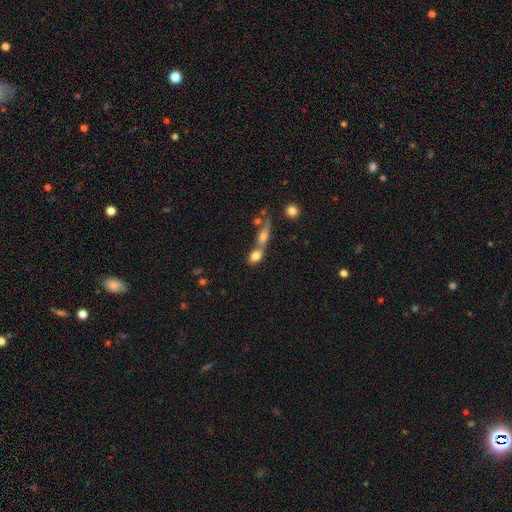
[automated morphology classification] Smooth or featured? smooth (74%)
How rounded? in between (71%)
Merging? merger (61%)